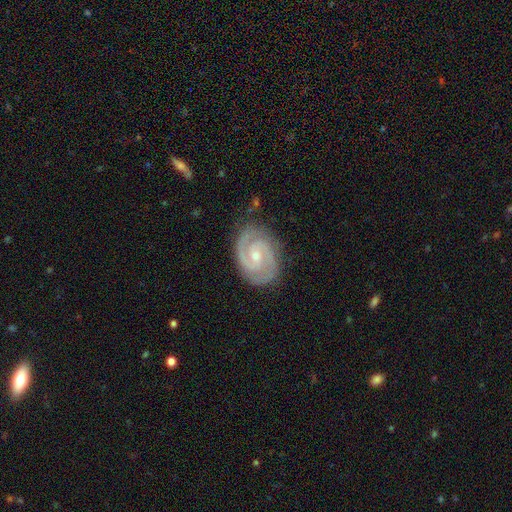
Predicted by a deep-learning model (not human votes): Morphology: type=featured or disk (92%); edge-on=no (98%); bar=no (47%); spiral arms=yes (98%); winding=tight (59%); arm count=2 (89%); bulge=small (58%); merging=none (82%).